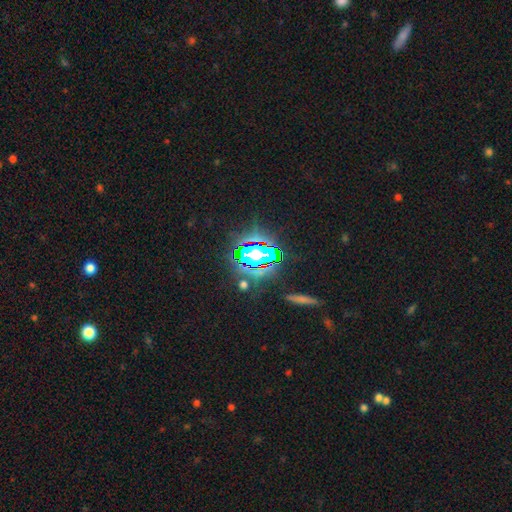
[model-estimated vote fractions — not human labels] smooth_or_featured: star or artifact (p=0.66) [alt: smooth p=0.20]